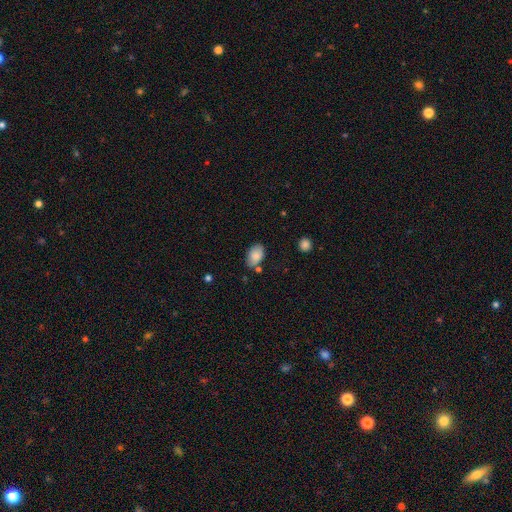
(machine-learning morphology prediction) Smooth or featured? smooth (84%)
How rounded? in between (91%)
Merging? none (72%)